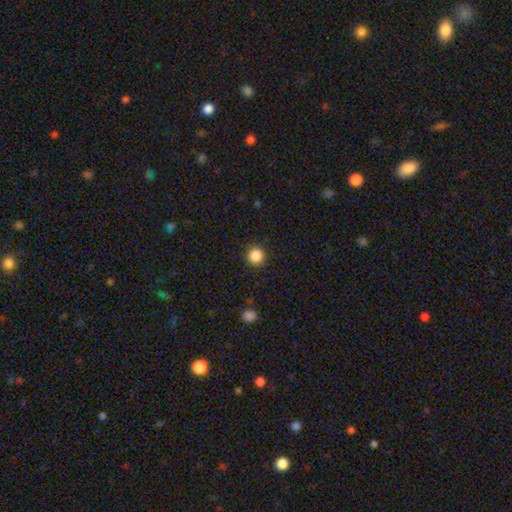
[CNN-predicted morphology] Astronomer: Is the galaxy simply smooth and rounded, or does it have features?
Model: smooth — 86%.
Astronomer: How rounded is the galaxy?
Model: round — 94%.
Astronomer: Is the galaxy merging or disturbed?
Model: none — 91%.